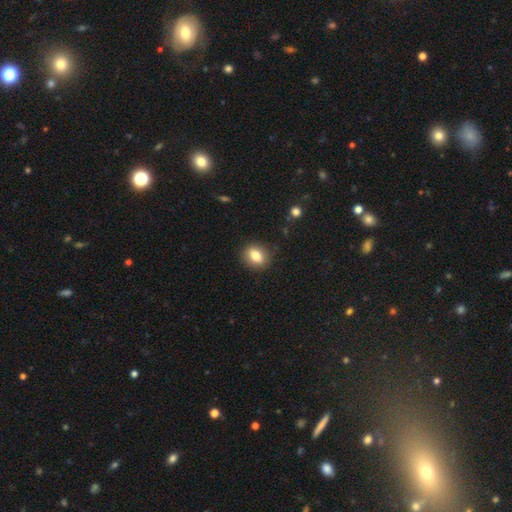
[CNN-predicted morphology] This appears to be a smooth galaxy with no disk features (81%) that is round (50%). Merging: none (87%).